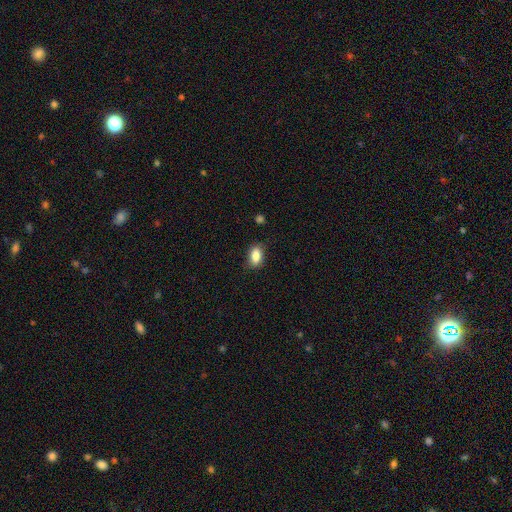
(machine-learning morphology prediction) The model was most divided on "merging": none: 81%, minor disturbance: 15%, major disturbance: 3%, merger: 1%. More confident: how rounded — in between (87%); smooth or featured — smooth (85%).